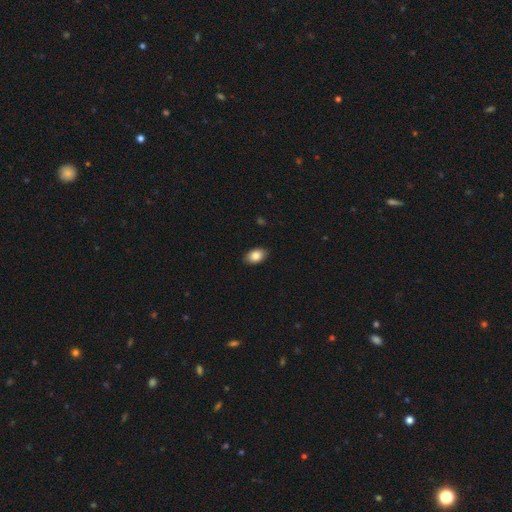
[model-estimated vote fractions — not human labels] Smooth or featured?
  - smooth: 85% *
  - featured or disk: 7%
  - star or artifact: 7%
How rounded?
  - in between: 89% *
  - round: 10%
  - cigar-shaped: 1%
Merging?
  - none: 88% *
  - minor disturbance: 9%
  - major disturbance: 2%
  - merger: 1%